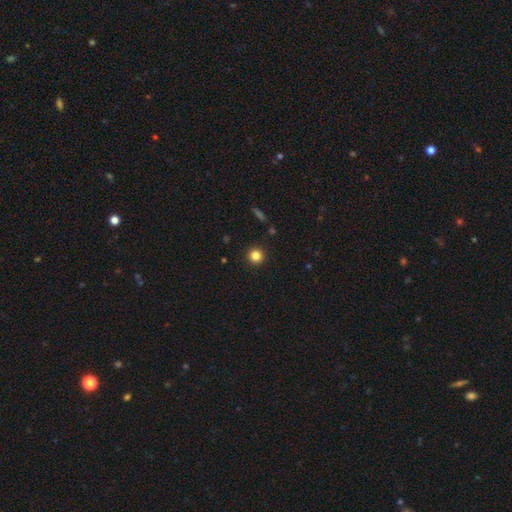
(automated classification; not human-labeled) Smooth or featured?
  - smooth: 83% *
  - star or artifact: 12%
  - featured or disk: 5%
How rounded?
  - round: 95% *
  - in between: 4%
  - cigar-shaped: 1%
Merging?
  - none: 92% *
  - minor disturbance: 5%
  - major disturbance: 2%
  - merger: 1%